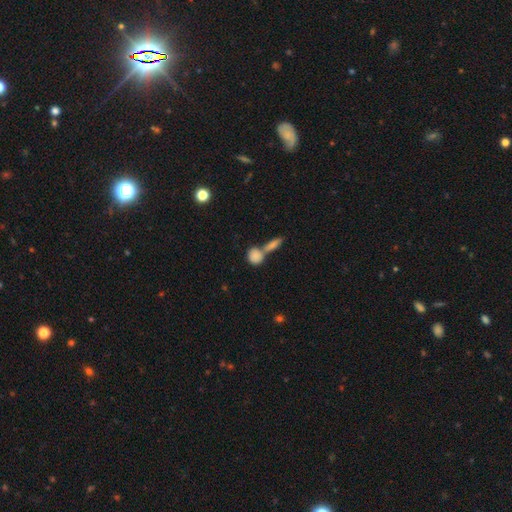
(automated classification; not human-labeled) Overall: smooth (84%). How rounded: round (55%; in between 37%). Merging: merger (54%; none 35%).